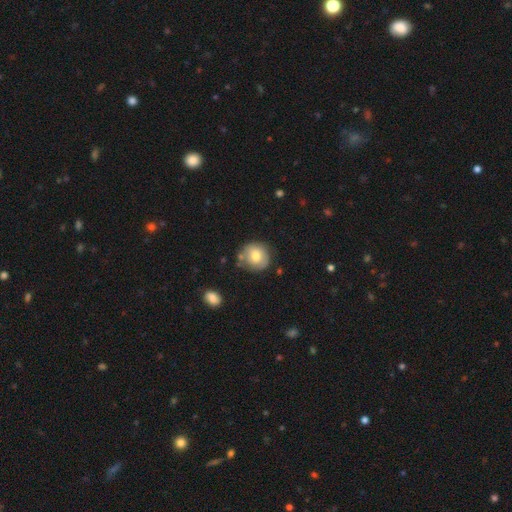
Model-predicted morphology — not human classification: Smooth or featured?
  - smooth: 71% *
  - featured or disk: 21%
  - star or artifact: 8%
How rounded?
  - round: 88% *
  - in between: 11%
  - cigar-shaped: 1%
Merging?
  - none: 73% *
  - minor disturbance: 17%
  - merger: 6%
  - major disturbance: 4%